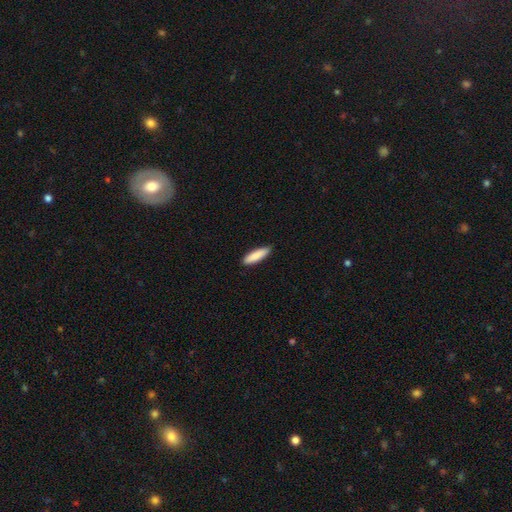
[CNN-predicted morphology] Q: Smooth or featured?
A: smooth (87%); runner-up: featured or disk (7%)
Q: How rounded?
A: cigar-shaped (63%); runner-up: in between (35%)
Q: Merging?
A: none (88%); runner-up: minor disturbance (9%)